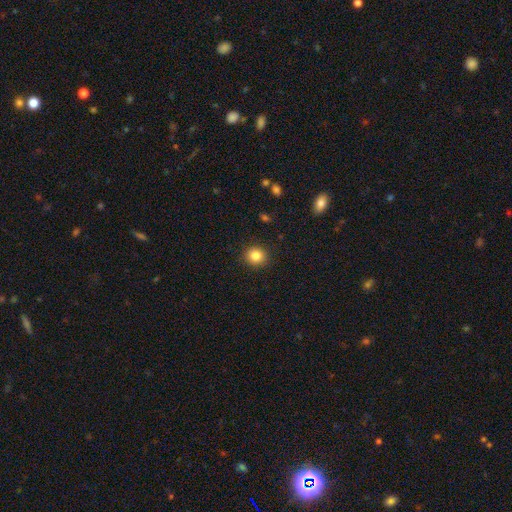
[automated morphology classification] The model was most divided on "how rounded": round: 86%, in between: 13%, cigar-shaped: 1%. More confident: merging — none (91%); smooth or featured — smooth (84%).